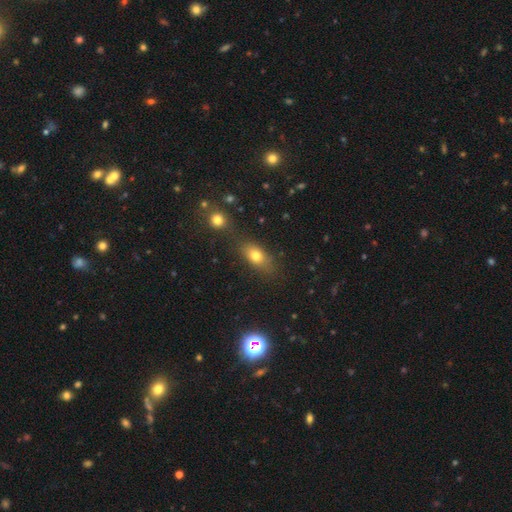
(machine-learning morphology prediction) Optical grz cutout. It shows a smooth galaxy with no disk features (75%) that is in between round and cigar-shaped (73%). Merging: none (66%).